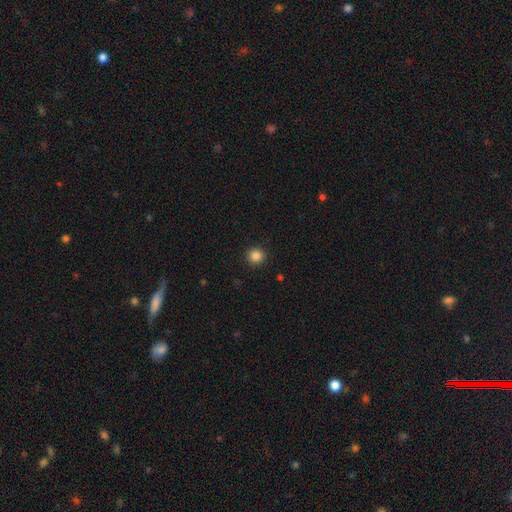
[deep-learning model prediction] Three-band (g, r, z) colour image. It shows a smooth galaxy with no disk features (86%) that is round (94%). Merging: none (92%).